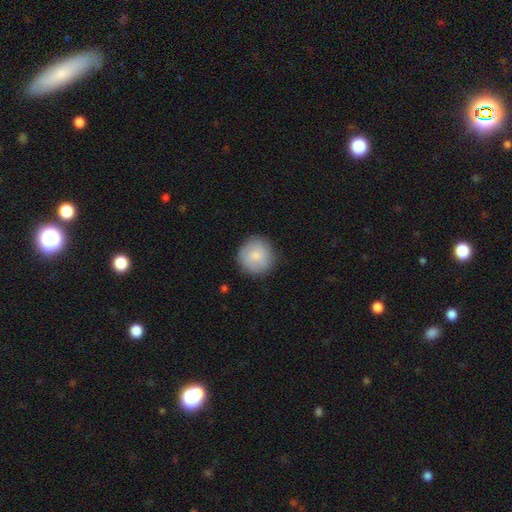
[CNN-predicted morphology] A smooth galaxy with no disk features (81%) that is round (93%).

Vote fractions:
- Smooth or featured? smooth: 81% / featured or disk: 13% / star or artifact: 6%
- How rounded? round: 93% / in between: 6% / cigar-shaped: 1%
- Merging? none: 84% / minor disturbance: 12% / major disturbance: 3% / merger: 1%